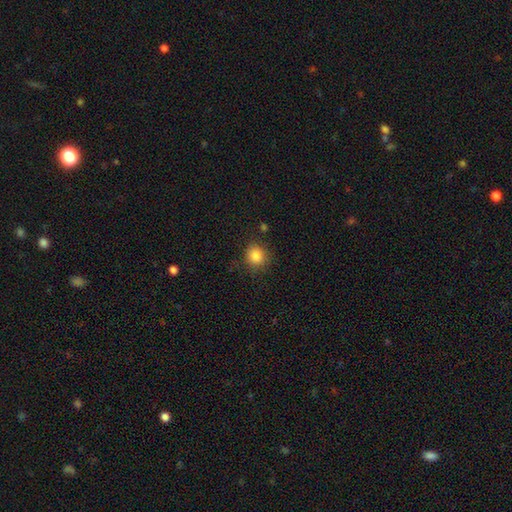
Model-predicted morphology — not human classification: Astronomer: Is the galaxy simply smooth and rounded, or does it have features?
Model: smooth — 84%.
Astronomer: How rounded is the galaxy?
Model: round — 87%.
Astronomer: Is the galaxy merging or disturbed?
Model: none — 84%.